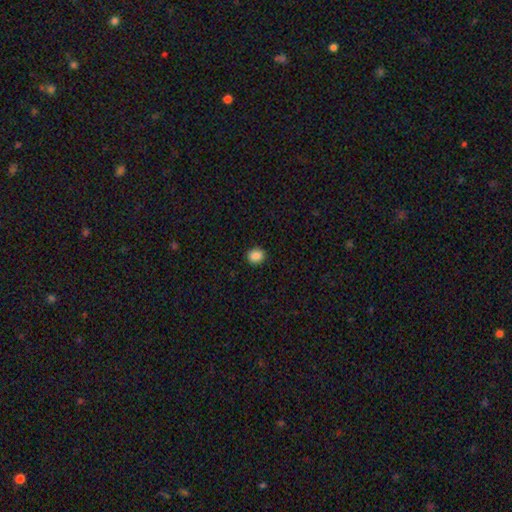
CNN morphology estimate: Smooth or featured?
  - smooth: 88% *
  - star or artifact: 9%
  - featured or disk: 3%
How rounded?
  - round: 70% *
  - in between: 29%
  - cigar-shaped: 1%
Merging?
  - none: 91% *
  - minor disturbance: 6%
  - major disturbance: 2%
  - merger: 1%